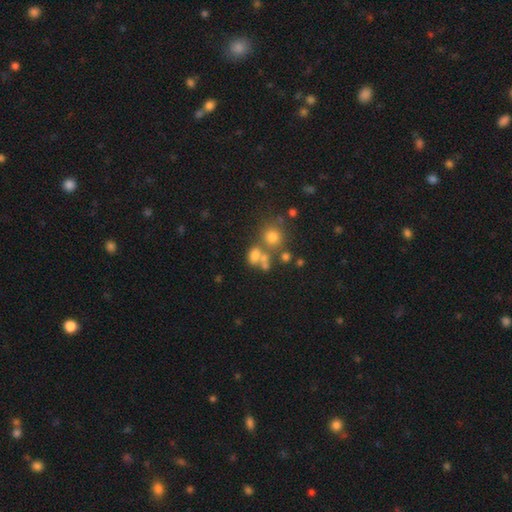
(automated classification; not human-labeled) smooth_or_featured: smooth (p=0.64) [alt: star or artifact p=0.18]
how_rounded: in between (p=0.53) [alt: round p=0.45]
merging: merger (p=0.40) [alt: none p=0.39]